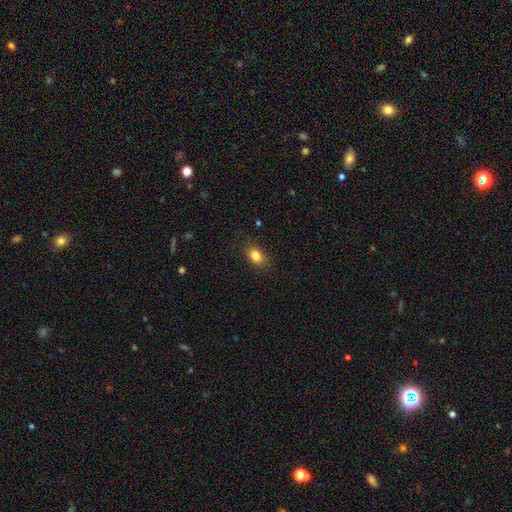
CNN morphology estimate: Overall: smooth (83%). How rounded: in between (78%). Merging: none (85%).